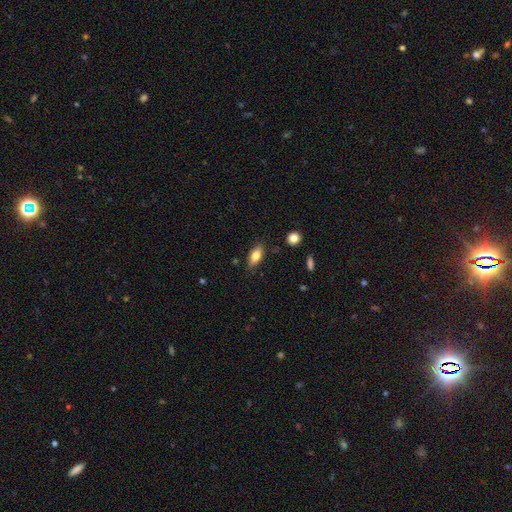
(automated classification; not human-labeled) Smooth or featured? Predicted: smooth (p=0.77). How rounded? Predicted: in between (p=0.84). Merging? Predicted: none (p=0.82).